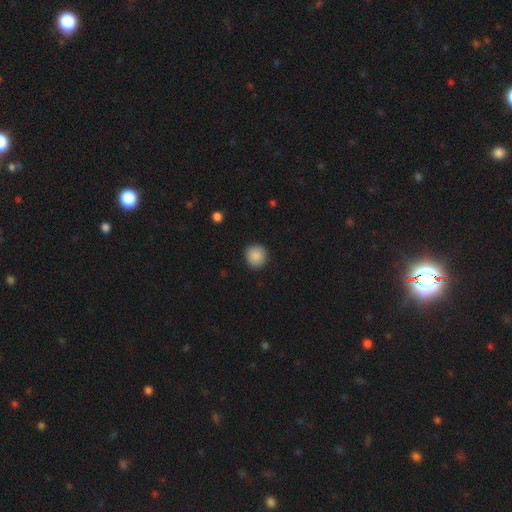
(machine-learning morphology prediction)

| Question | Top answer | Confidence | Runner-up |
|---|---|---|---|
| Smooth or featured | smooth | 89% | star or artifact (8%) |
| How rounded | round | 93% | in between (6%) |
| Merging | none | 91% | minor disturbance (6%) |